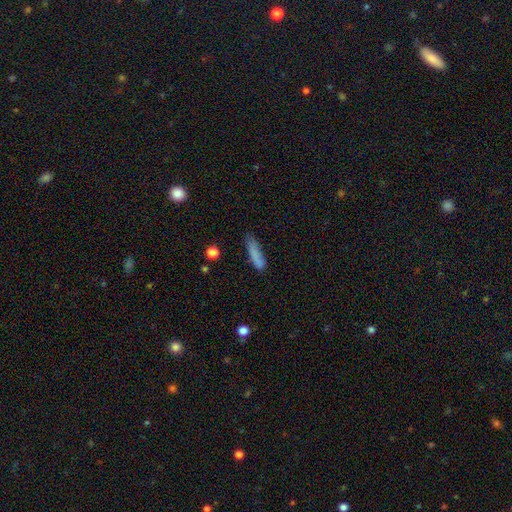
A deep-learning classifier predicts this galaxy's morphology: smooth 81%, featured or disk 11%, star or artifact 8%. Down the decision tree: how rounded — cigar-shaped (78%); merging — none (64%).